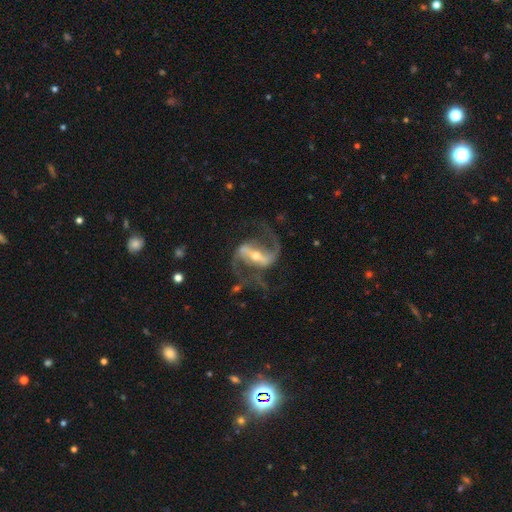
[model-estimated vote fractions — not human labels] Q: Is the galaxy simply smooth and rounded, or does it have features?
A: featured or disk — 92%.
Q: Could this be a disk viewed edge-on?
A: no — 96%.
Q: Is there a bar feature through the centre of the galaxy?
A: strong — 71%.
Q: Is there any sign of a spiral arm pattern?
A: yes — 97%.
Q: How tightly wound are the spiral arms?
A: medium — 46%, tied with loose.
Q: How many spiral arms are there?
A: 2 — 93%.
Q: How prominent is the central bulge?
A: small — 50%.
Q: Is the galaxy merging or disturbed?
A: none — 69%.